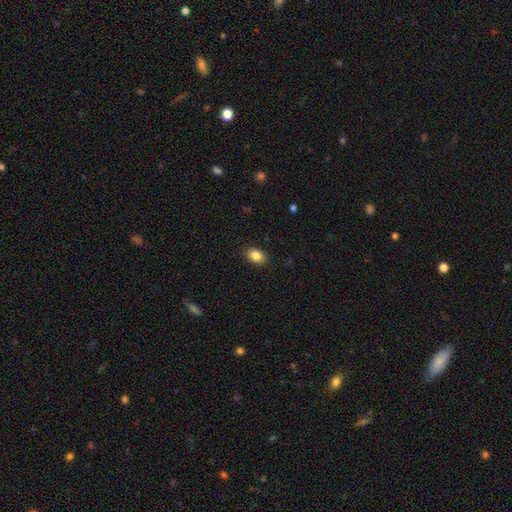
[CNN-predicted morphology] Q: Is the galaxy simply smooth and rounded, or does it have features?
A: smooth — 84%.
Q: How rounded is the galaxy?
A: in between — 81%.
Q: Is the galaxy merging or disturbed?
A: none — 88%.